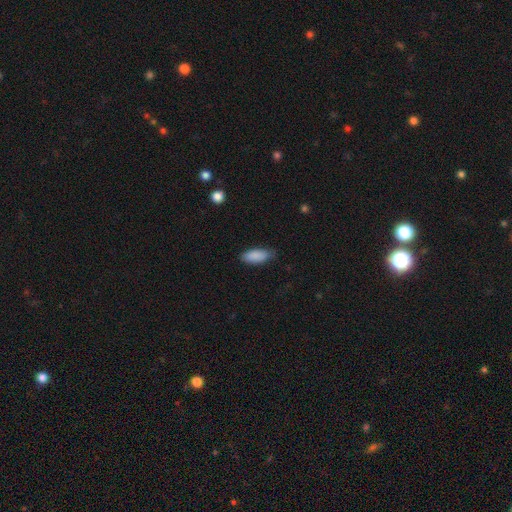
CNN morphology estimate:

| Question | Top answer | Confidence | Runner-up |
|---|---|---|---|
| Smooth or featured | smooth | 89% | star or artifact (6%) |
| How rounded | in between | 83% | cigar-shaped (15%) |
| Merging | none | 78% | minor disturbance (18%) |